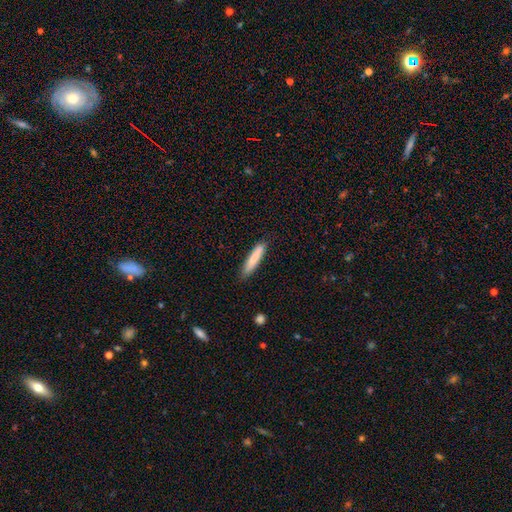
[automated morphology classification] The model was most divided on "smooth or featured": smooth: 81%, featured or disk: 13%, star or artifact: 6%. More confident: how rounded — cigar-shaped (89%); merging — none (85%).